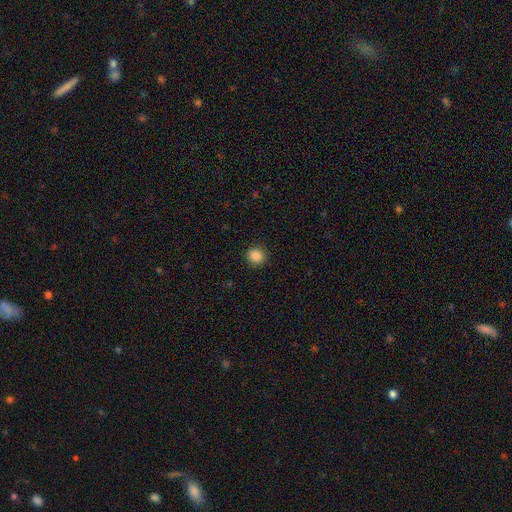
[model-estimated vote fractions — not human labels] smooth 87%, star or artifact 10%, featured or disk 3%. Down the decision tree: how rounded — round (88%); merging — none (91%).